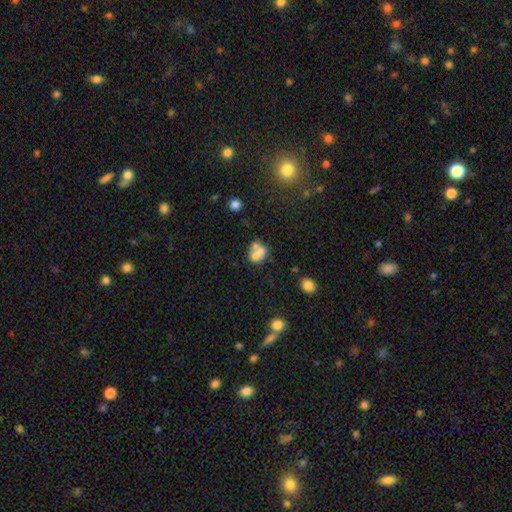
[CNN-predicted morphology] Smooth or featured?
  - smooth: 63% *
  - featured or disk: 25%
  - star or artifact: 12%
How rounded?
  - round: 53% *
  - in between: 46%
  - cigar-shaped: 1%
Merging?
  - merger: 55% *
  - none: 26%
  - minor disturbance: 11%
  - major disturbance: 8%